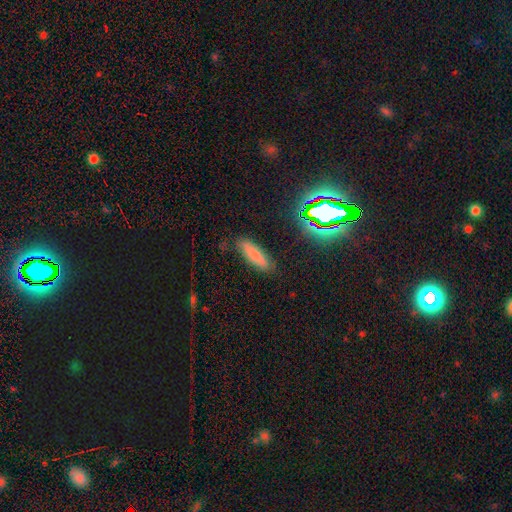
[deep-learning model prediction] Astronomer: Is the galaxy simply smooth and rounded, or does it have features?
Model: smooth — 79%.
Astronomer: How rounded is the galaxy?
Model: cigar-shaped — 60% (runner-up: in between, 38%).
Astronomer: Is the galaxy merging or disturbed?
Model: none — 81%.